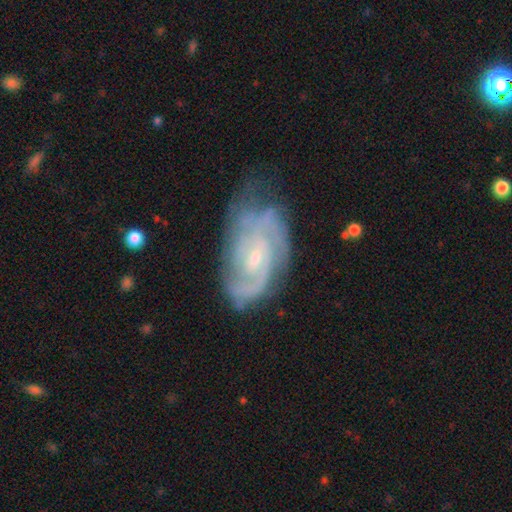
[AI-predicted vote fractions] This appears to be a featured or disk galaxy (84%) with no bar (47%), 2 (38%) tight (56%) spiral arms (94%) and a small central bulge (68%). Merging: none (53%).